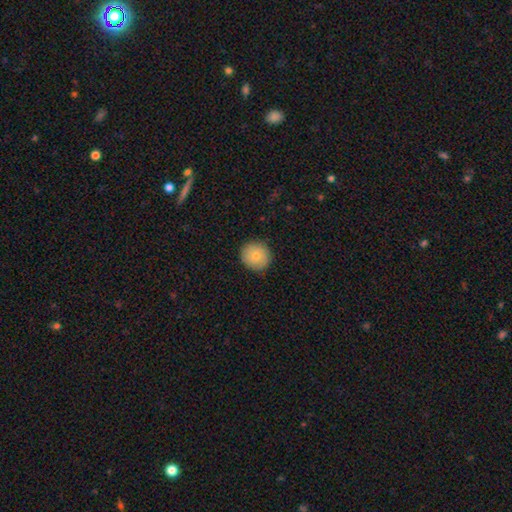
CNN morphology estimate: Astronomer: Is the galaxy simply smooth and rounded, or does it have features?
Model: smooth — 78%.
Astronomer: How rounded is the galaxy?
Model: round — 90%.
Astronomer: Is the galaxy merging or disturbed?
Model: none — 88%.